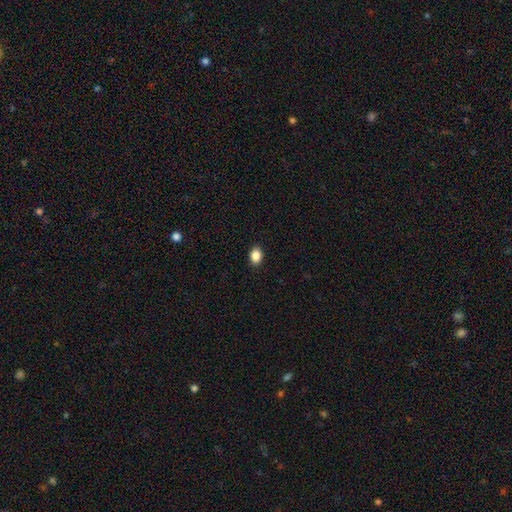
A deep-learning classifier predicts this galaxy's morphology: Smooth or featured?
  - smooth: 88% *
  - star or artifact: 9%
  - featured or disk: 4%
How rounded?
  - in between: 74% *
  - round: 24%
  - cigar-shaped: 1%
Merging?
  - none: 90% *
  - minor disturbance: 7%
  - major disturbance: 2%
  - merger: 1%